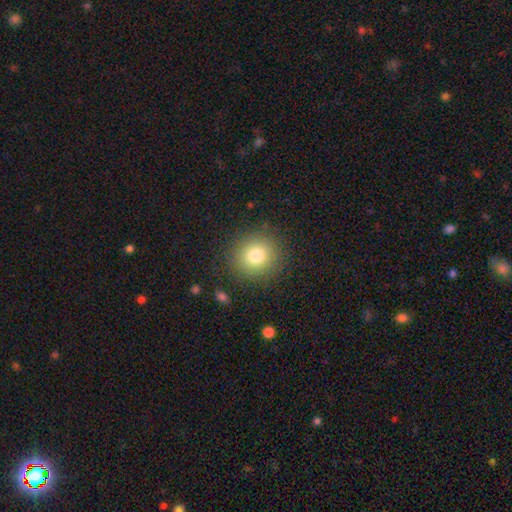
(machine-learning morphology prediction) This is likely a smooth galaxy (78%). How rounded: clearly round (88%). Merging: clearly none (87%).